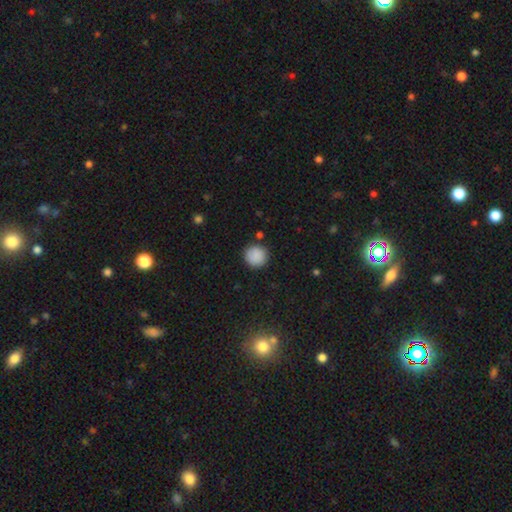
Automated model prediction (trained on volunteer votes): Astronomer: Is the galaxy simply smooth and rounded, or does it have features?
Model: smooth — 88%.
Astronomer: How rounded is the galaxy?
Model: round — 94%.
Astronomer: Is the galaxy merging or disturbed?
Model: none — 89%.